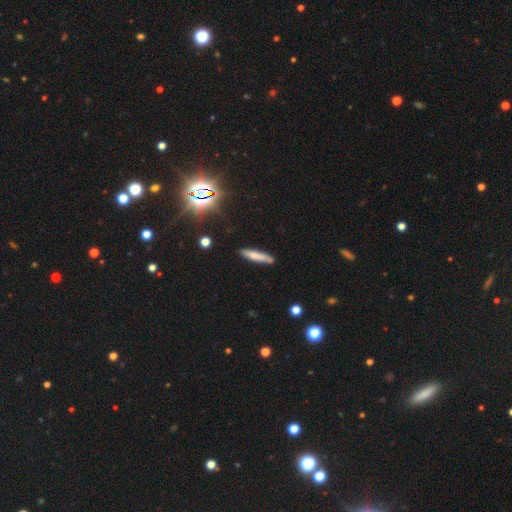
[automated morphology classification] A smooth galaxy with no disk features (67%) that is cigar-shaped (87%). Merging: none (81%).